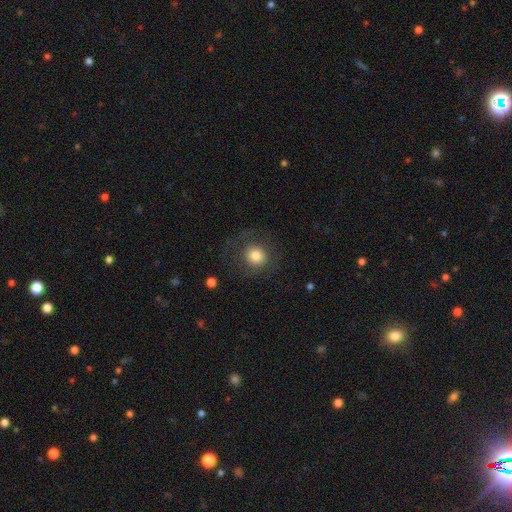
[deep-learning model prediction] A smooth galaxy with no disk features (76%) that is round (90%).

Vote fractions:
- Smooth or featured? smooth: 76% / featured or disk: 14% / star or artifact: 9%
- How rounded? round: 90% / in between: 9% / cigar-shaped: 1%
- Merging? none: 75% / minor disturbance: 13% / major disturbance: 11% / merger: 1%